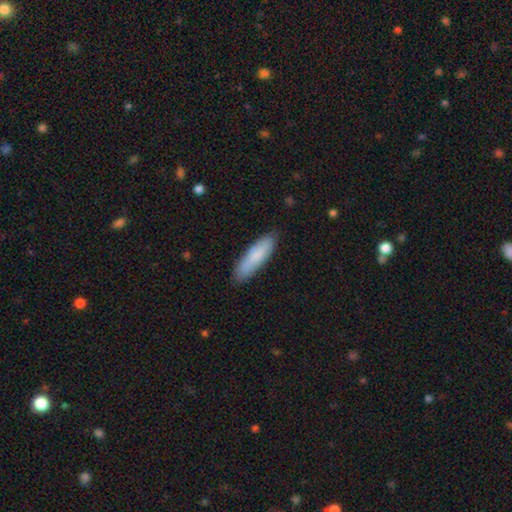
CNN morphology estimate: This appears to be a smooth galaxy with no disk features (83%) that is cigar-shaped (60%). Merging: none (84%).